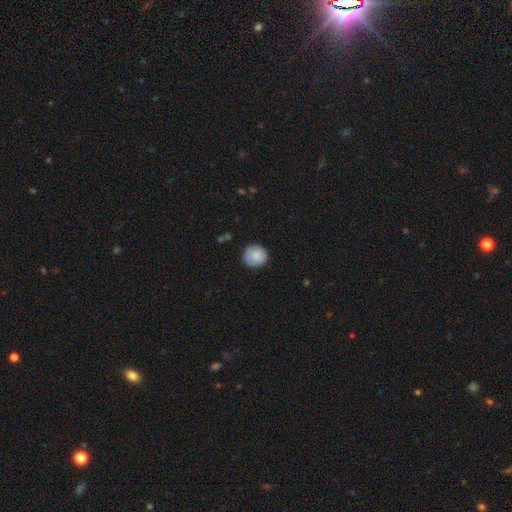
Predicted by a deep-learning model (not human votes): A smooth galaxy with no disk features (83%) that is round (92%). Merging: none (82%).